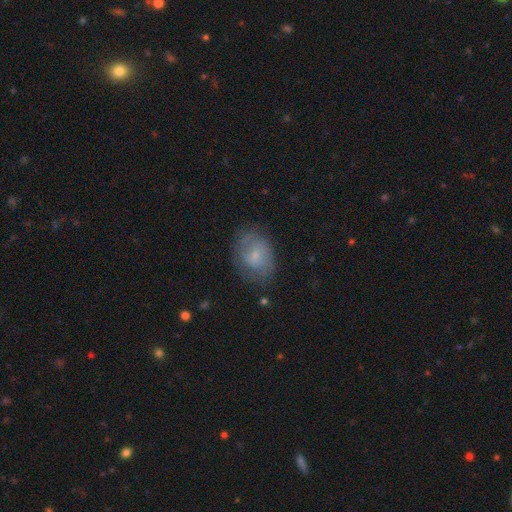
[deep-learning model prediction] This appears to be a smooth galaxy with no disk features (52%) that is in between round and cigar-shaped (64%). Merging: none (64%).